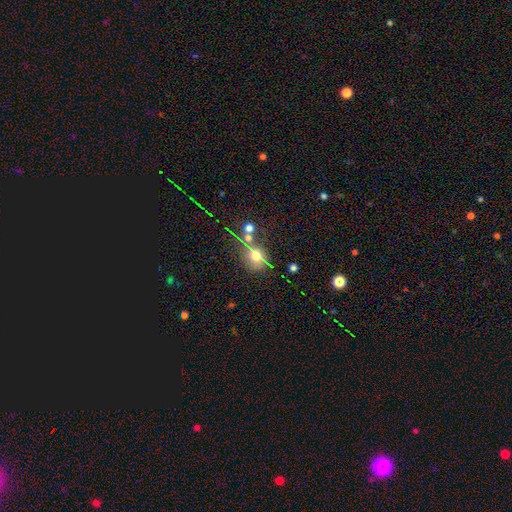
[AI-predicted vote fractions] Overall: smooth (66%). How rounded: round (64%; in between 34%). Merging: none (45%; merger 27%).